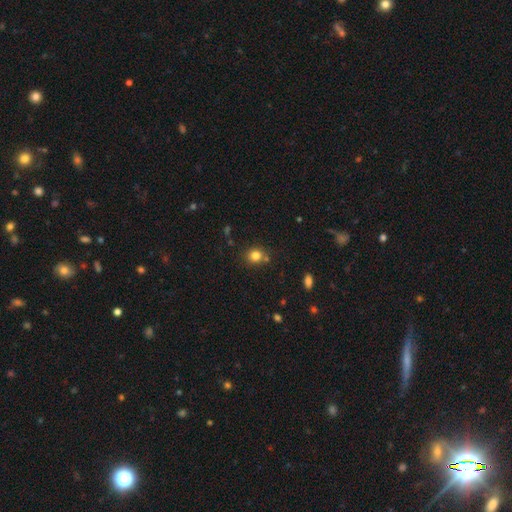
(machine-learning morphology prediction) Smooth or featured? smooth (81%)
How rounded? round (80%)
Merging? none (74%)